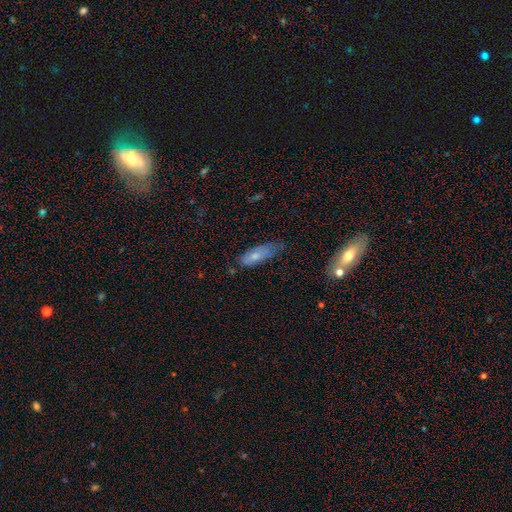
Overall: smooth (69%). How rounded: in between (63%; cigar-shaped 33%). Merging: minor disturbance (53%; none 33%).